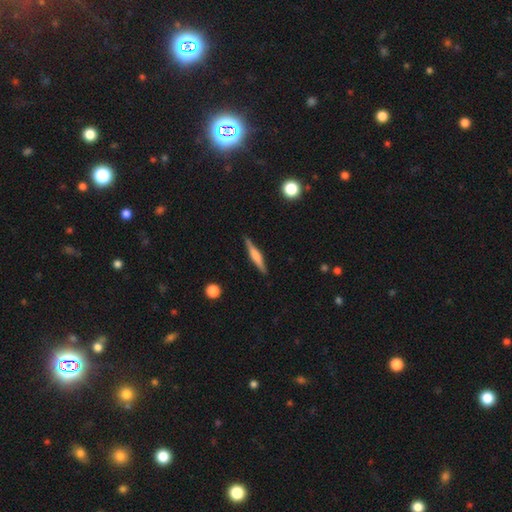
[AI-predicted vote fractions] Morphology: type=featured or disk (49%); merging=none (88%).